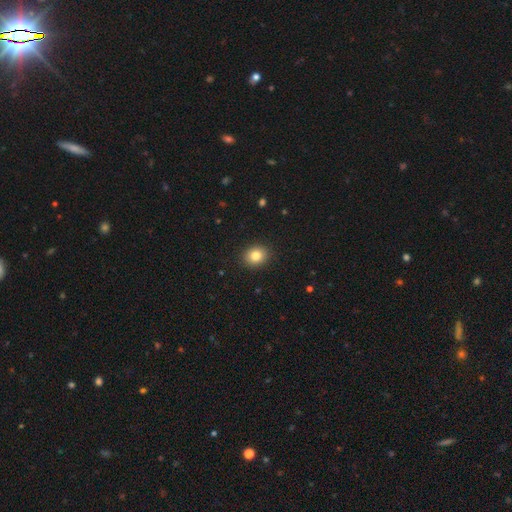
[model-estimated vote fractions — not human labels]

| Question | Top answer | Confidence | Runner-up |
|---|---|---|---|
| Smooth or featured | smooth | 83% | star or artifact (10%) |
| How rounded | round | 64% | in between (35%) |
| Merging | none | 91% | minor disturbance (6%) |